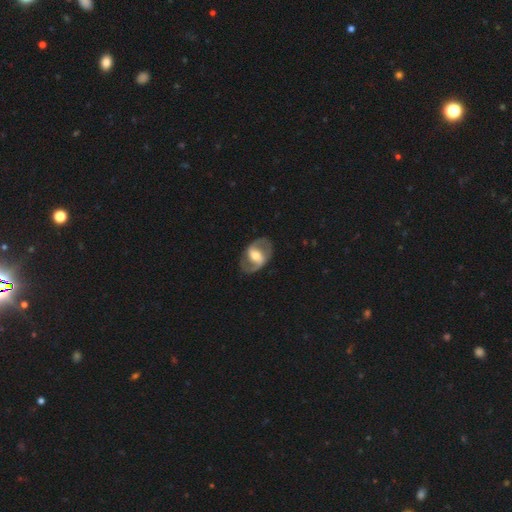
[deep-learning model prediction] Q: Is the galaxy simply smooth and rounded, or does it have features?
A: featured or disk — 82%.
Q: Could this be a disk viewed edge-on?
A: no — 96%.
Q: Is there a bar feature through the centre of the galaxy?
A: weak — 41%.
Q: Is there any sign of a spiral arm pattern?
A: yes — 86%.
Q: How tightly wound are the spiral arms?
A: medium — 52%.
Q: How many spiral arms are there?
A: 2 — 91%.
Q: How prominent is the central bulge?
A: moderate — 60%.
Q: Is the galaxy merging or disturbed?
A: none — 82%.